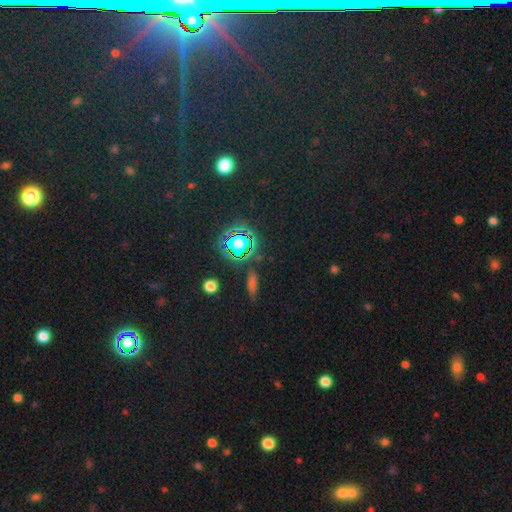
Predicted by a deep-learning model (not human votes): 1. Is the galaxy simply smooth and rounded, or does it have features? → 79% star or artifact, 12% smooth, 10% featured or disk.